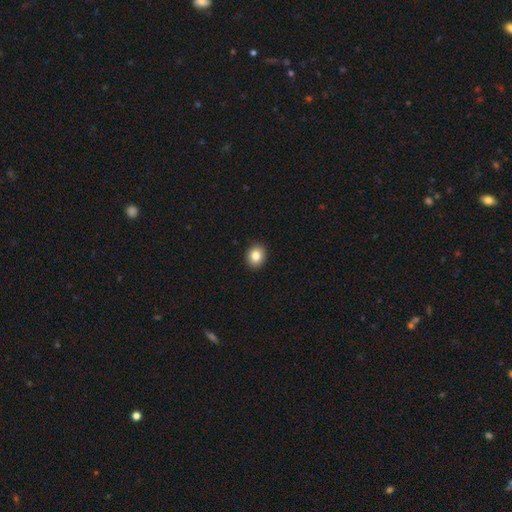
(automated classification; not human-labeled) The model was most divided on "how rounded": round: 62%, in between: 37%, cigar-shaped: 1%. More confident: merging — none (92%); smooth or featured — smooth (84%).